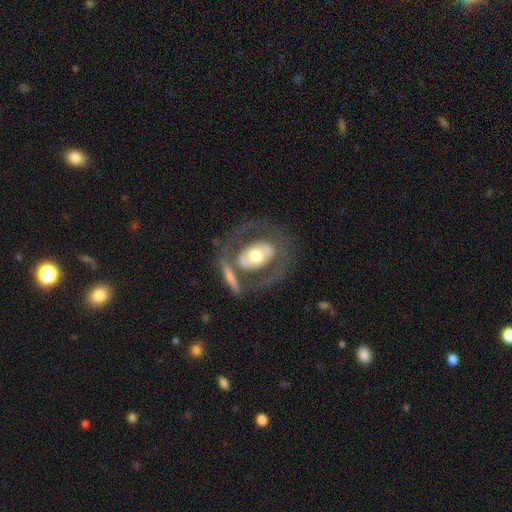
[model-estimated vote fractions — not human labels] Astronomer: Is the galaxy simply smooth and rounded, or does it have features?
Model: featured or disk — 62%.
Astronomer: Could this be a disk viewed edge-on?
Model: no — 91%.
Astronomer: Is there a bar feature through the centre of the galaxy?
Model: no — 65%.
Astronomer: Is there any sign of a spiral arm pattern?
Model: no — 65%.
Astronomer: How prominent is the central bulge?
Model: moderate — 67%.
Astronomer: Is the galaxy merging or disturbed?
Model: none — 54%.